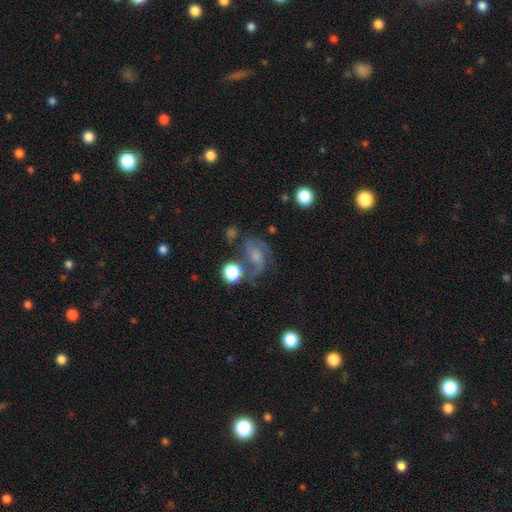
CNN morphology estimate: This is likely a featured or disk galaxy (66%). It is clearly not viewed edge-on (97%). Bar: possibly no (55%). Spiral arm pattern: clearly yes (90%). Spiral arm count: likely 2 (73%). Spiral winding: possibly medium (50%). Central bulge: marginally moderate (37%). Merging: possibly none (48%).